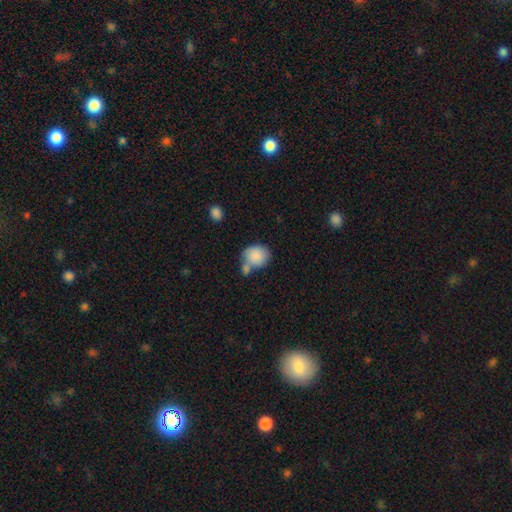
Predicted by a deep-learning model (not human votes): smooth_or_featured: smooth (p=0.86) [alt: featured or disk p=0.07]
how_rounded: round (p=0.62) [alt: in between p=0.37]
merging: none (p=0.43) [alt: merger p=0.35]